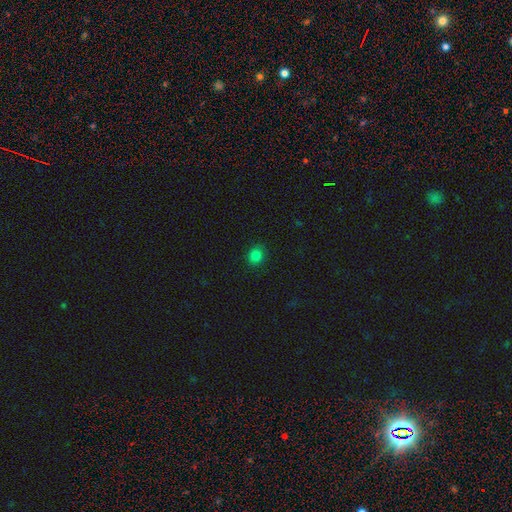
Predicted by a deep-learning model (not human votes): Smooth or featured?
  - smooth: 82% *
  - star or artifact: 15%
  - featured or disk: 4%
How rounded?
  - round: 77% *
  - in between: 22%
  - cigar-shaped: 1%
Merging?
  - none: 89% *
  - minor disturbance: 8%
  - major disturbance: 2%
  - merger: 1%